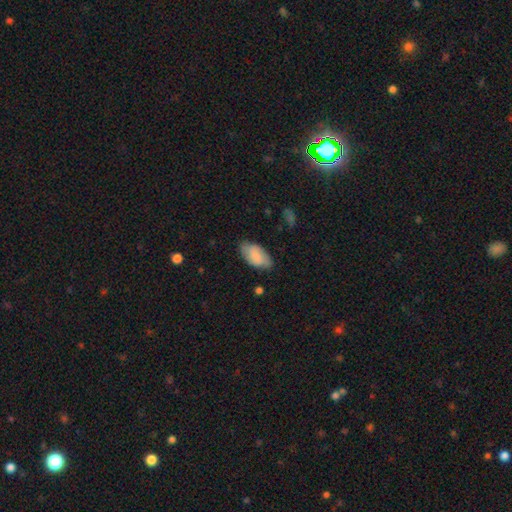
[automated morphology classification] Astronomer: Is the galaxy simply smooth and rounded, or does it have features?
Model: smooth — 76%.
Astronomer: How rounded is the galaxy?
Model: in between — 95%.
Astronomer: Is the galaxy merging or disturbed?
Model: none — 71%.